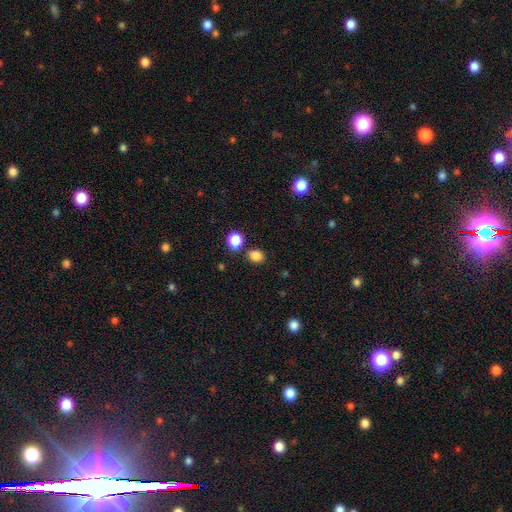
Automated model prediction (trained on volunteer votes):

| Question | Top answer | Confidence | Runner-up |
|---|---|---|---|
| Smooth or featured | smooth | 84% | star or artifact (12%) |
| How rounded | round | 60% | in between (39%) |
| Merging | none | 79% | merger (9%) |